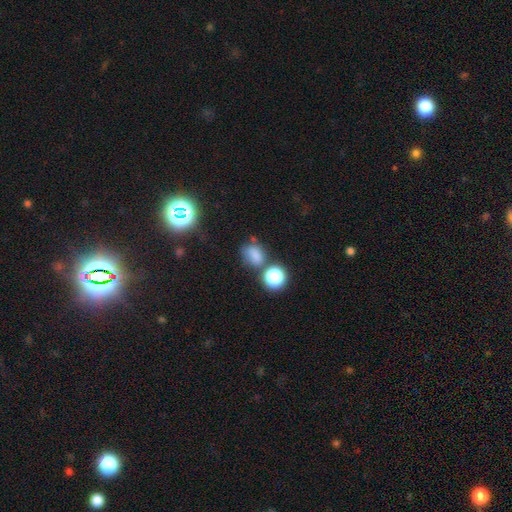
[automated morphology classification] A smooth galaxy with no disk features (72%) that is in between round and cigar-shaped (57%).

Vote fractions:
- Smooth or featured? smooth: 72% / star or artifact: 20% / featured or disk: 8%
- How rounded? in between: 57% / round: 41% / cigar-shaped: 2%
- Merging? none: 55% / minor disturbance: 20% / merger: 16% / major disturbance: 8%